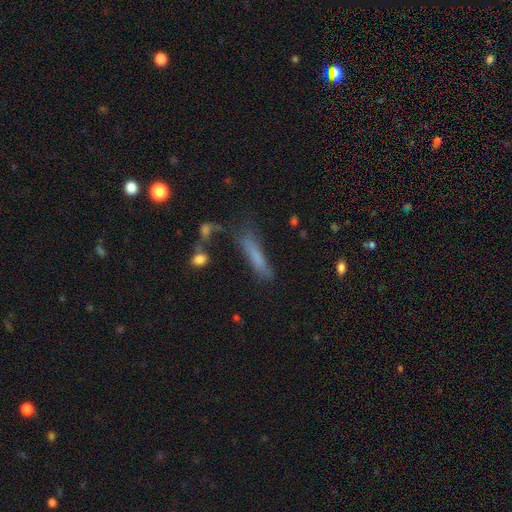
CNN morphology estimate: Smooth or featured?
  - smooth: 69% *
  - featured or disk: 20%
  - star or artifact: 11%
How rounded?
  - cigar-shaped: 84% *
  - in between: 14%
  - round: 2%
Merging?
  - none: 60% *
  - minor disturbance: 21%
  - major disturbance: 11%
  - merger: 7%